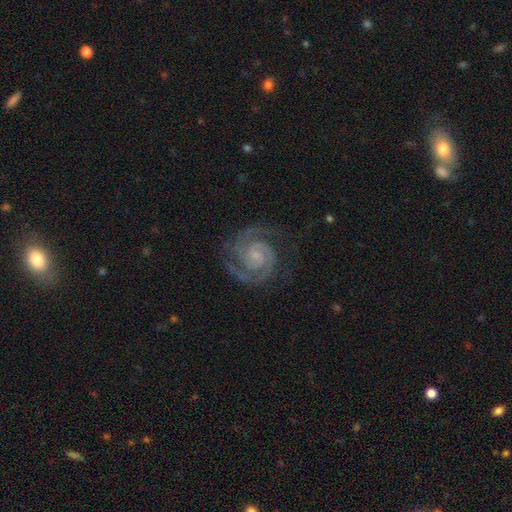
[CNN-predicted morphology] This appears to be a featured or disk galaxy (92%) with no bar (56%), 2 (86%) tight (65%) spiral arms (99%) and a small central bulge (62%). Merging: none (78%).